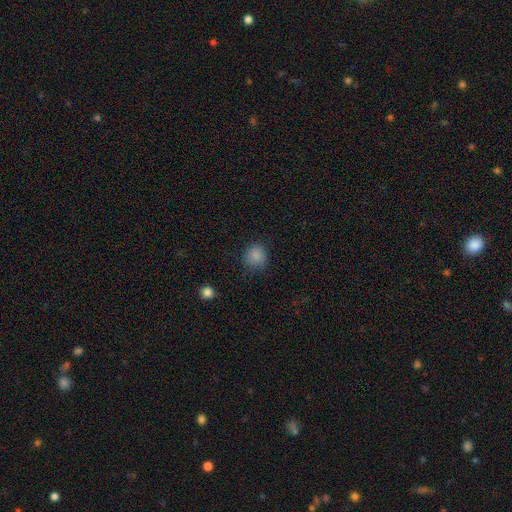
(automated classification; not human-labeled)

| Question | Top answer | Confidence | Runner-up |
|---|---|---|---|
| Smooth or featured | smooth | 85% | star or artifact (11%) |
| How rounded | round | 85% | in between (14%) |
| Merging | none | 80% | minor disturbance (15%) |